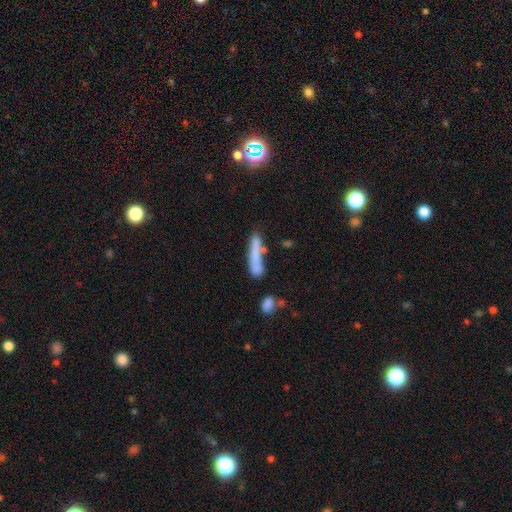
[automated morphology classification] type=smooth (72%); roundness=cigar-shaped (88%); merging=none (58%).